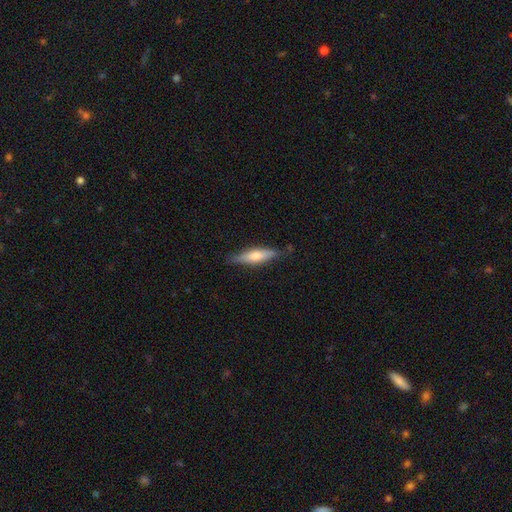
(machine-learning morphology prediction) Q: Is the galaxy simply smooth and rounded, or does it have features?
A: smooth — 48%.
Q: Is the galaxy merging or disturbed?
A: none — 83%.